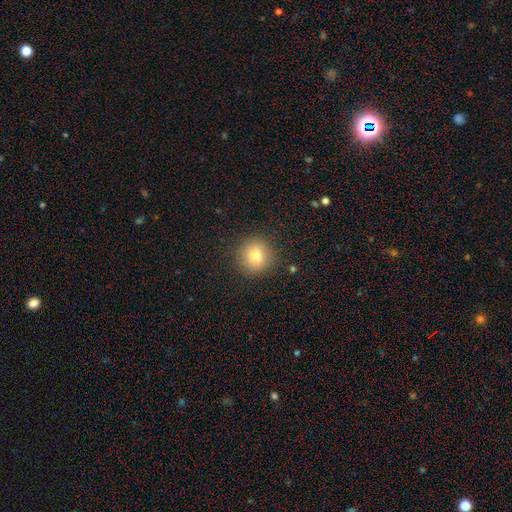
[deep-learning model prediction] This is likely a smooth galaxy (78%). How rounded: clearly round (92%). Merging: clearly none (89%).